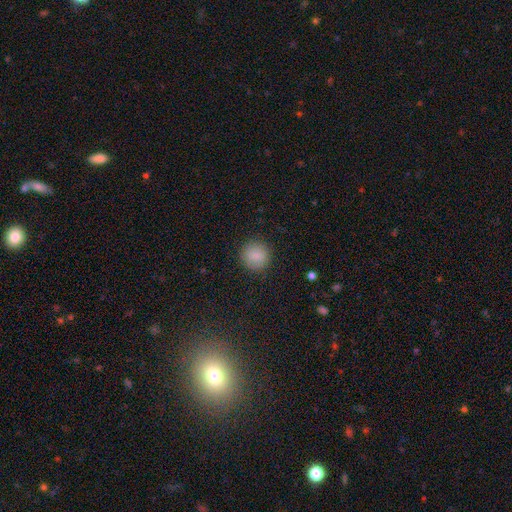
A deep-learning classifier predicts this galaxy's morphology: smooth-or-featured: smooth: 86% | star or artifact: 8% | featured or disk: 6%
  how-rounded: round: 91% | in between: 8% | cigar-shaped: 1%
  merging: none: 88% | minor disturbance: 8% | major disturbance: 3% | merger: 1%